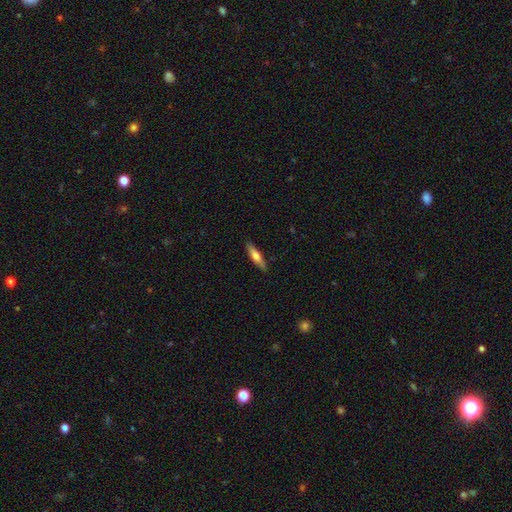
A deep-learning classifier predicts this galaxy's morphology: This appears to be a smooth galaxy with no disk features (59%) that is cigar-shaped (76%). Merging: none (89%).